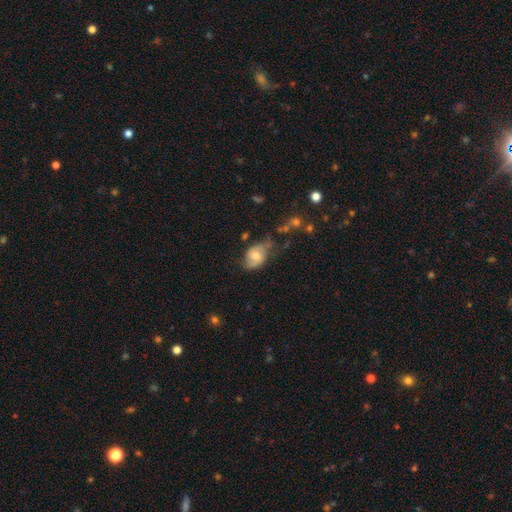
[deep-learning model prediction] This appears to be a smooth galaxy with no disk features (48%). Merging: none (47%).